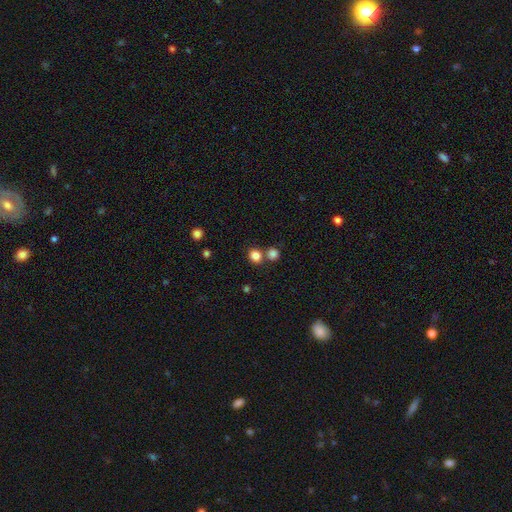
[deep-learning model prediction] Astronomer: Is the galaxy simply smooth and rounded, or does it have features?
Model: smooth — 83%.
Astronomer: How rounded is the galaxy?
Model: round — 74%.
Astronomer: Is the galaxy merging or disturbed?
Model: none — 66%.